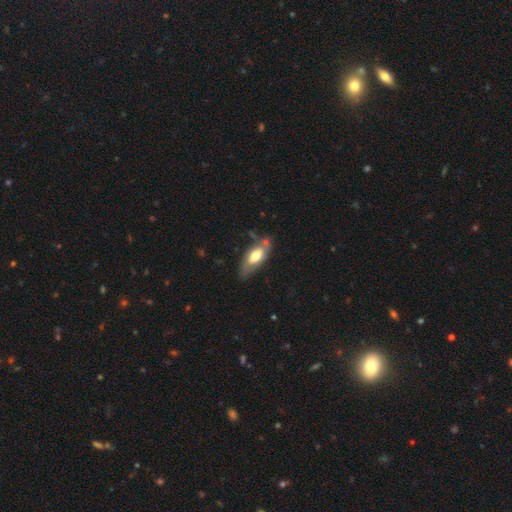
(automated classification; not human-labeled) Overall: smooth (60%; featured or disk 34%). How rounded: in between (83%). Merging: none (58%; minor disturbance 26%).